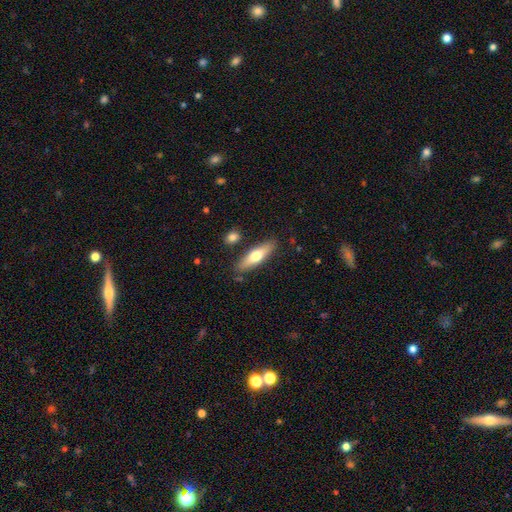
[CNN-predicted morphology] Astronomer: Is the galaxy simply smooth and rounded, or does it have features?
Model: smooth — 62%.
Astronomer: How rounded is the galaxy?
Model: cigar-shaped — 59% (runner-up: in between, 39%).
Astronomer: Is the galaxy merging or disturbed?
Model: none — 84%.